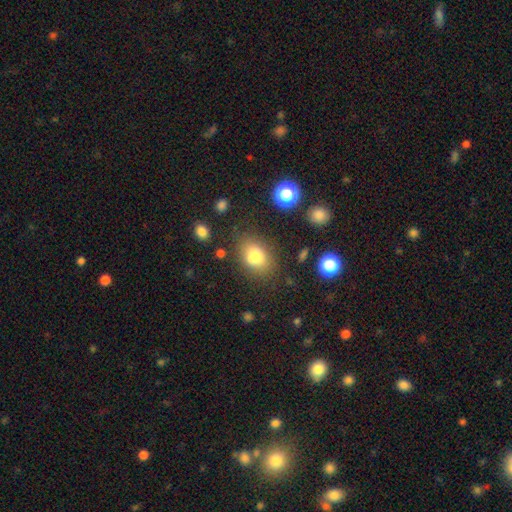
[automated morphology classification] This is likely a smooth galaxy (76%). How rounded: likely in between (65%). Merging: likely none (67%).